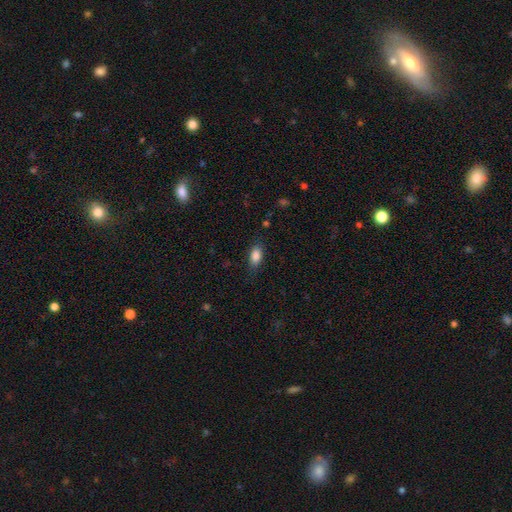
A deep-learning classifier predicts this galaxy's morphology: Smooth or featured: smooth — 85% (star or artifact — 8%)
How rounded: in between — 87% (cigar-shaped — 8%)
Merging: none — 80% (minor disturbance — 15%)